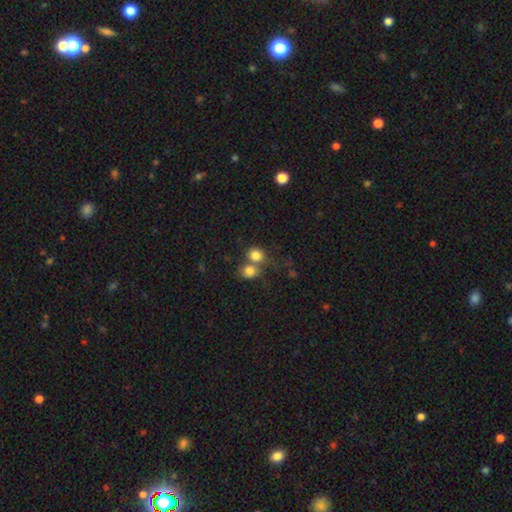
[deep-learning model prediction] Smooth or featured?
  - smooth: 81% *
  - star or artifact: 11%
  - featured or disk: 8%
How rounded?
  - round: 74% *
  - in between: 25%
  - cigar-shaped: 1%
Merging?
  - merger: 50% *
  - none: 38%
  - minor disturbance: 8%
  - major disturbance: 4%